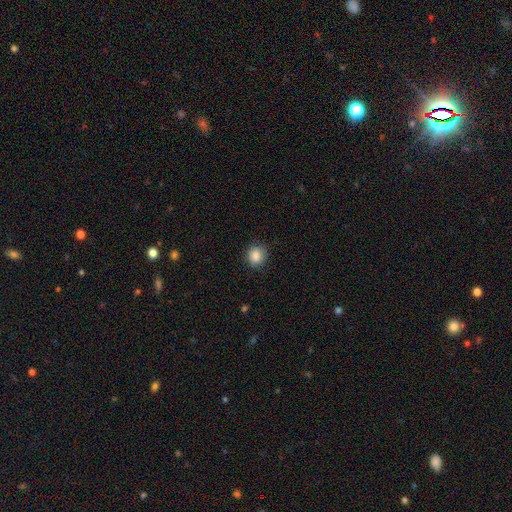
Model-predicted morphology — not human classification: This appears to be a smooth galaxy with no disk features (87%) that is round (79%). Merging: none (85%).